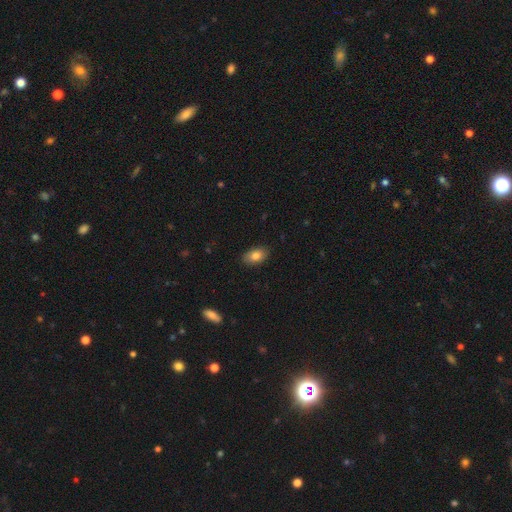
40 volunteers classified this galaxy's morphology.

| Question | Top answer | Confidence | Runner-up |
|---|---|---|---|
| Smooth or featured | smooth | 90% | featured or disk (8%) |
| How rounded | in between | 92% | round (8%) |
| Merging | none | 90% | minor disturbance (8%) |